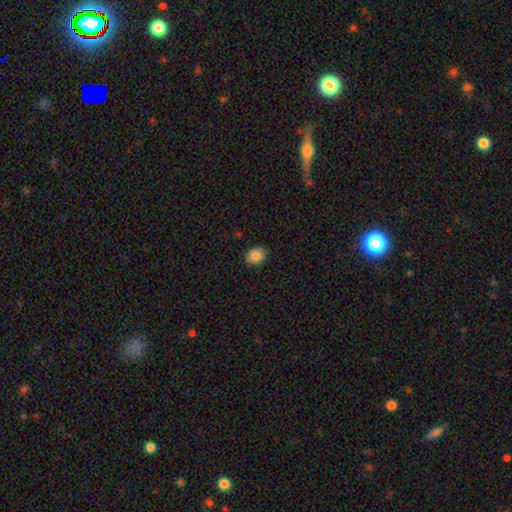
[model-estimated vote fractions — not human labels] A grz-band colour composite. It shows a smooth galaxy with no disk features (87%) that is in between round and cigar-shaped (52%). Merging: none (89%).